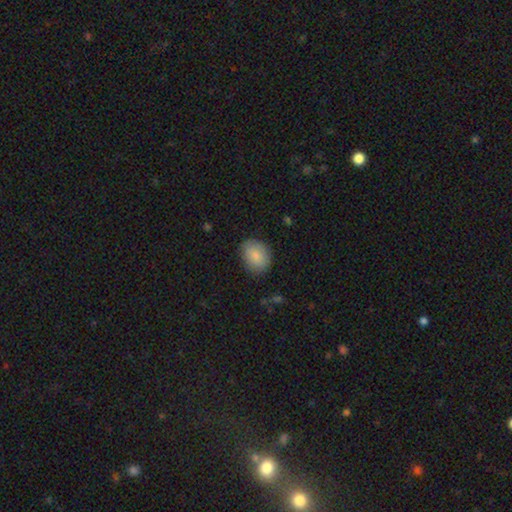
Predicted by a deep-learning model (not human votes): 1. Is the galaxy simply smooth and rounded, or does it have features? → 85% smooth, 8% featured or disk, 7% star or artifact.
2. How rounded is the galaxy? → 62% in between, 37% round, 1% cigar-shaped.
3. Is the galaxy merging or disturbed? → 83% none, 13% minor disturbance, 3% major disturbance, 1% merger.